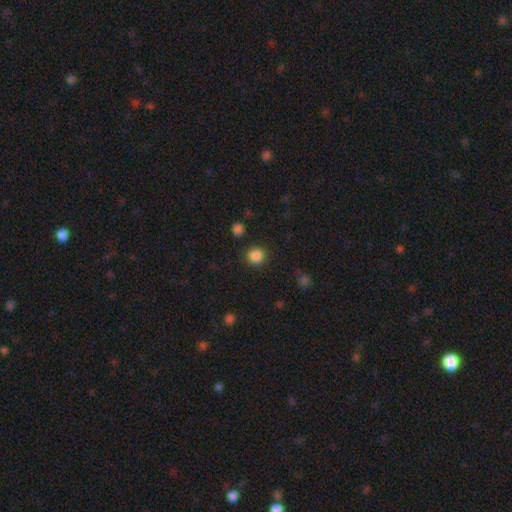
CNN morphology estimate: This is clearly a smooth galaxy (86%). How rounded: clearly round (91%). Merging: clearly none (88%).